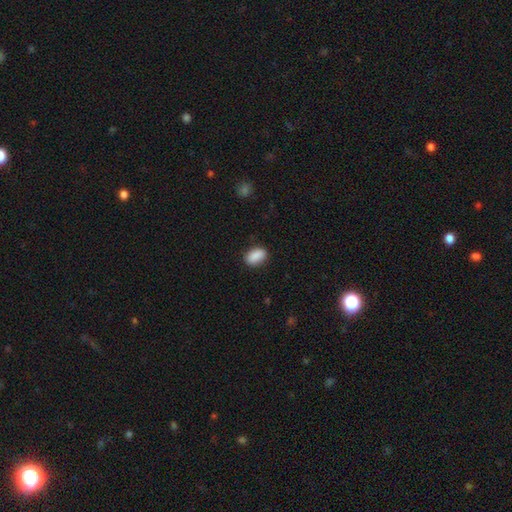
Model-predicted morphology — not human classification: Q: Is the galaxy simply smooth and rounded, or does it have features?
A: smooth — 89%.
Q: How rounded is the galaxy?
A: in between — 89%.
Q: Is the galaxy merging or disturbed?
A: none — 85%.